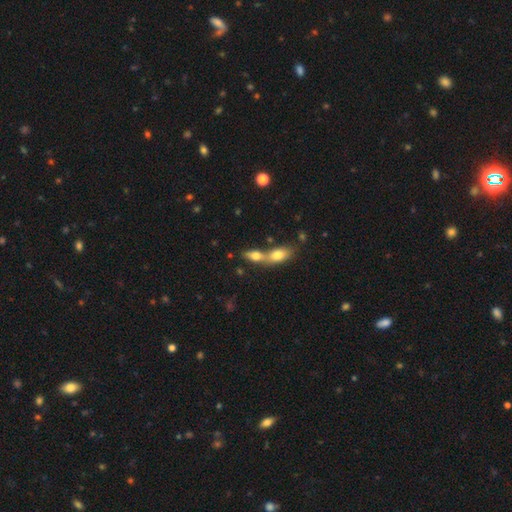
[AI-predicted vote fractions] smooth_or_featured: smooth (p=0.72) [alt: featured or disk p=0.19]
how_rounded: in between (p=0.75) [alt: cigar-shaped p=0.15]
merging: merger (p=0.71) [alt: none p=0.20]